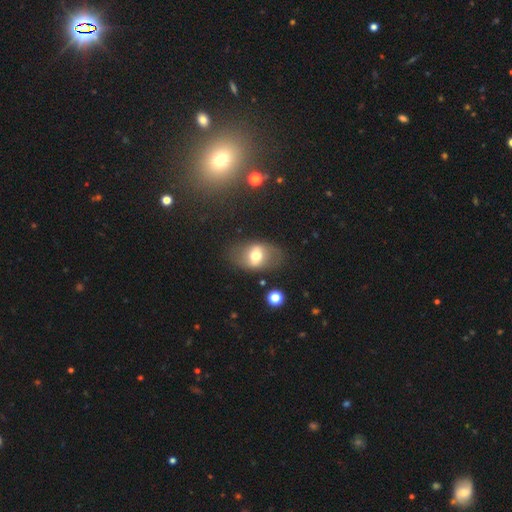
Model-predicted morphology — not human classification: Q: Smooth or featured?
A: smooth (51%); runner-up: featured or disk (40%)
Q: How rounded?
A: in between (80%); runner-up: round (18%)
Q: Merging?
A: none (75%); runner-up: minor disturbance (15%)